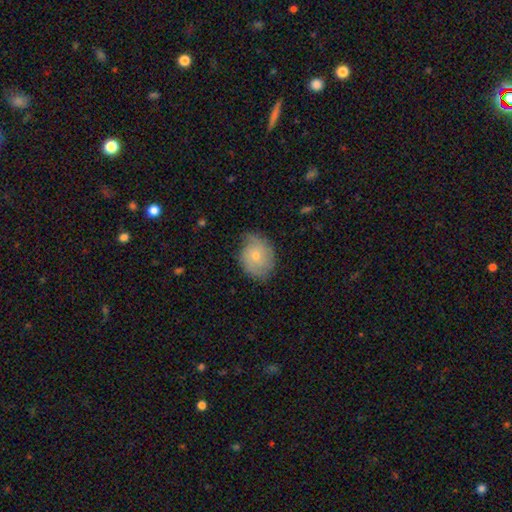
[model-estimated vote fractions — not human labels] A smooth galaxy with no disk features (49%). Merging: none (64%).